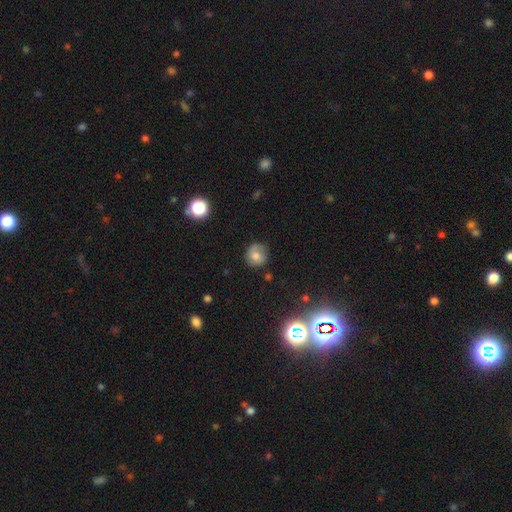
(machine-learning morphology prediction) Overall: smooth (69%). How rounded: round (84%). Merging: none (67%).